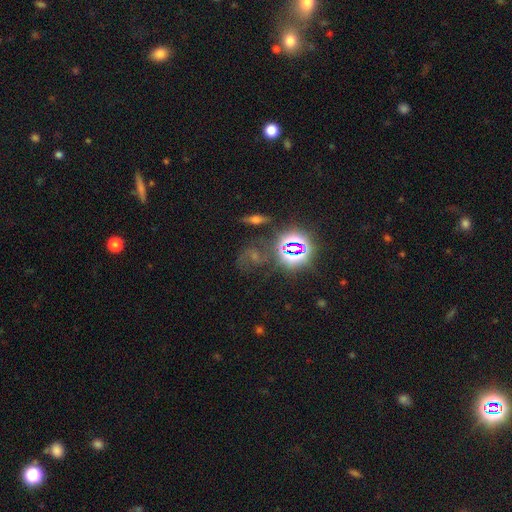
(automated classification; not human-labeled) This appears to be a star or artifact, not a galaxy (52%).